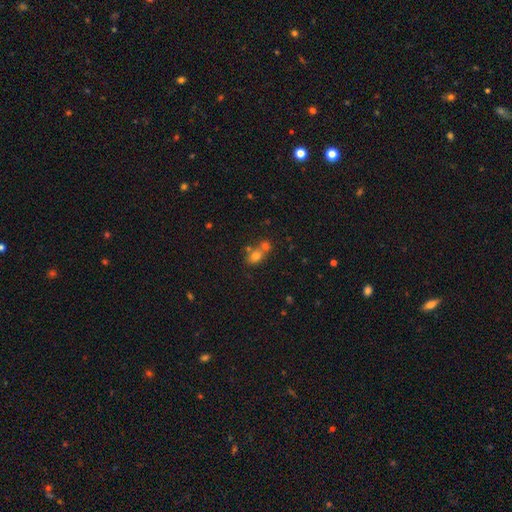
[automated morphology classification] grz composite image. It shows a smooth galaxy with no disk features (71%) that is round (52%). Merging: merger (51%).